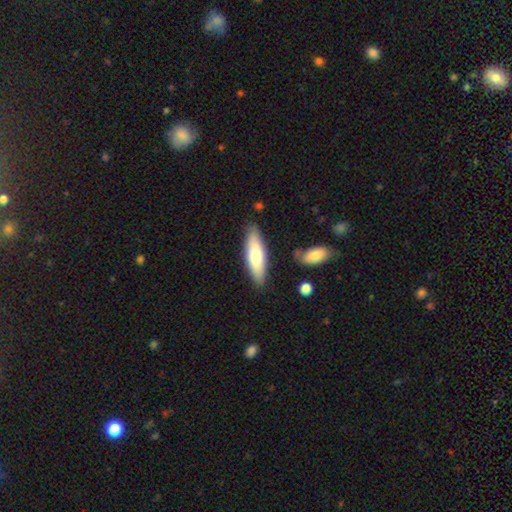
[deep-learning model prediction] Smooth or featured?
  - smooth: 66% *
  - featured or disk: 29%
  - star or artifact: 6%
How rounded?
  - cigar-shaped: 54% *
  - in between: 45%
  - round: 2%
Merging?
  - none: 84% *
  - minor disturbance: 11%
  - merger: 3%
  - major disturbance: 2%